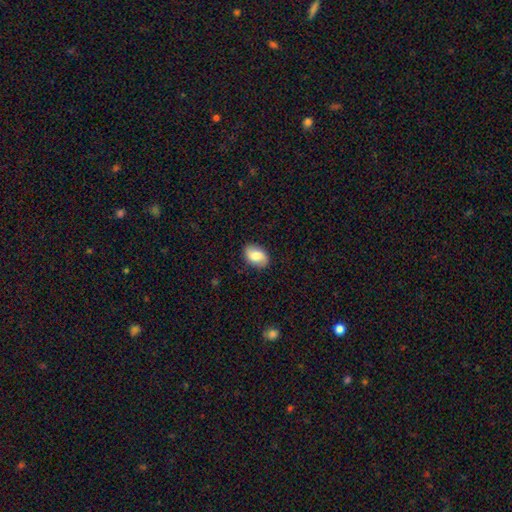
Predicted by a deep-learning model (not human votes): smooth_or_featured: smooth (p=0.74) [alt: featured or disk p=0.19]
how_rounded: in between (p=0.87) [alt: round p=0.12]
merging: none (p=0.85) [alt: minor disturbance p=0.12]